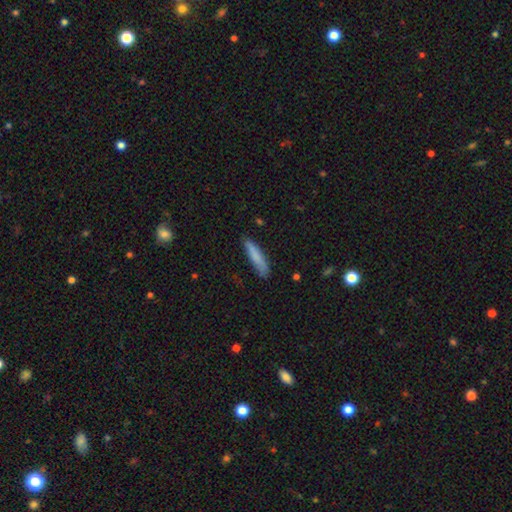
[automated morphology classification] type=smooth (80%); roundness=cigar-shaped (85%); merging=none (76%).